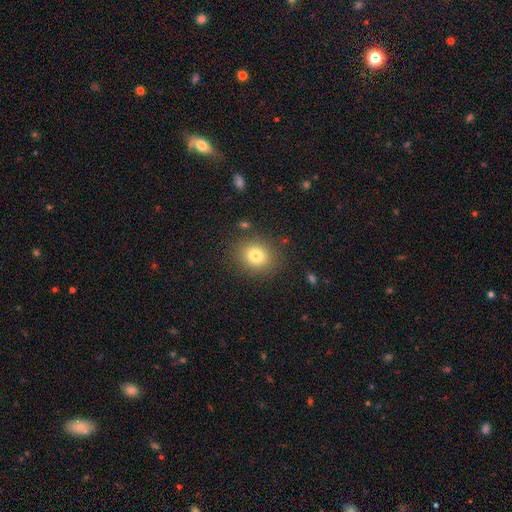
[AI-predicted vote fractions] Smooth or featured?
  - smooth: 79% *
  - star or artifact: 12%
  - featured or disk: 9%
How rounded?
  - round: 68% *
  - in between: 31%
  - cigar-shaped: 1%
Merging?
  - none: 85% *
  - minor disturbance: 9%
  - major disturbance: 4%
  - merger: 2%